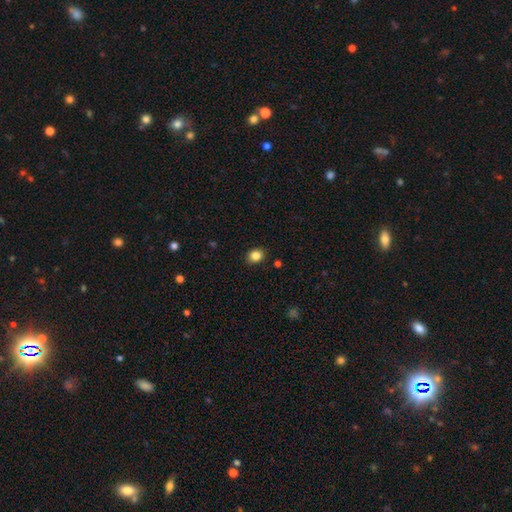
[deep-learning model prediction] smooth 84%, star or artifact 11%, featured or disk 5%. Down the decision tree: how rounded — round (58%); merging — none (88%).